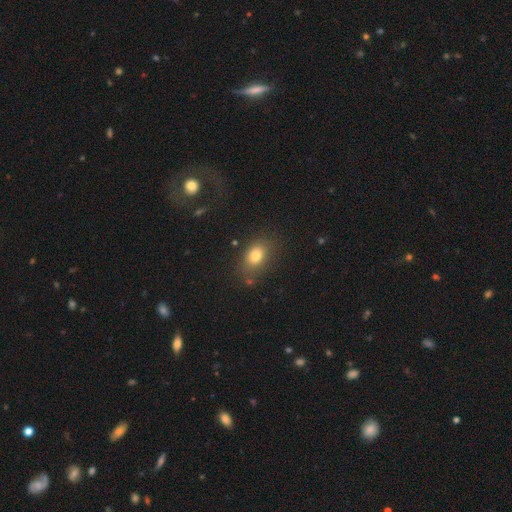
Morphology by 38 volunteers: Q: Smooth or featured?
A: smooth (79%); runner-up: featured or disk (11%)
Q: How rounded?
A: in between (80%); runner-up: round (20%)
Q: Merging?
A: none (82%); runner-up: minor disturbance (15%)